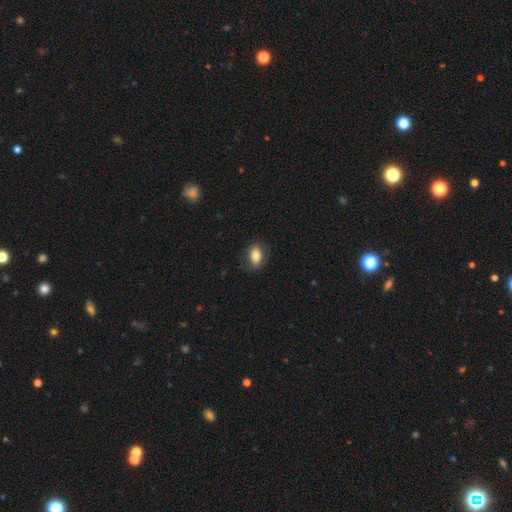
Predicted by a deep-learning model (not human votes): The model was most divided on "merging": none: 83%, minor disturbance: 13%, major disturbance: 4%, merger: 1%. More confident: how rounded — in between (85%); smooth or featured — smooth (82%).